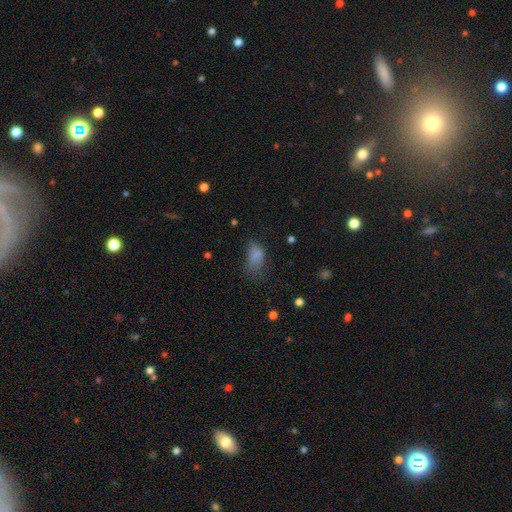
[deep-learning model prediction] Smooth or featured? smooth (77%)
How rounded? in between (89%)
Merging? minor disturbance (34%)